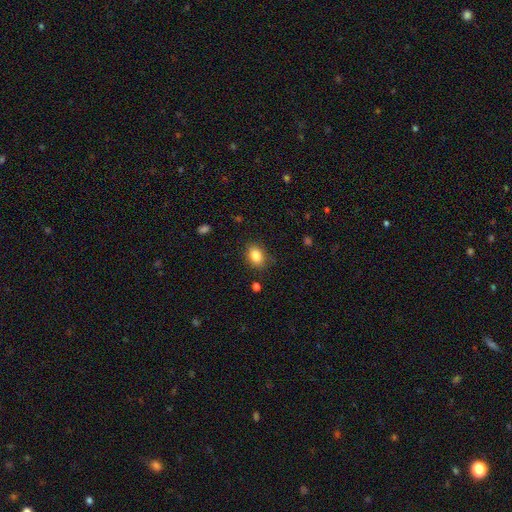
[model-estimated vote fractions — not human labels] Morphology: type=smooth (84%); roundness=in between (79%); merging=none (83%).